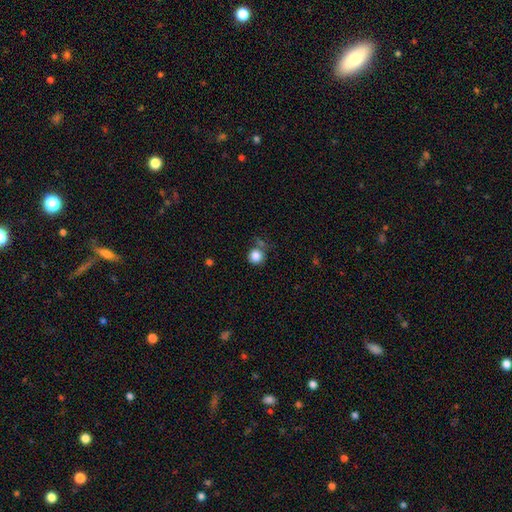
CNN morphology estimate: Smooth or featured?
  - smooth: 85% *
  - star or artifact: 10%
  - featured or disk: 5%
How rounded?
  - round: 92% *
  - in between: 7%
  - cigar-shaped: 1%
Merging?
  - none: 69% *
  - minor disturbance: 15%
  - merger: 11%
  - major disturbance: 6%